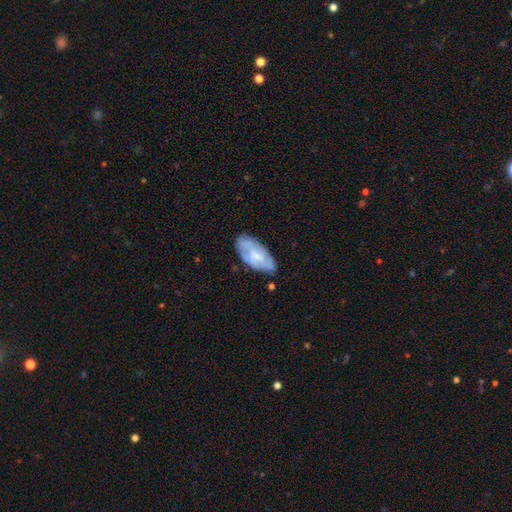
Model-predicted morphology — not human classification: This appears to be a featured or disk galaxy (52%). Merging: none (72%).